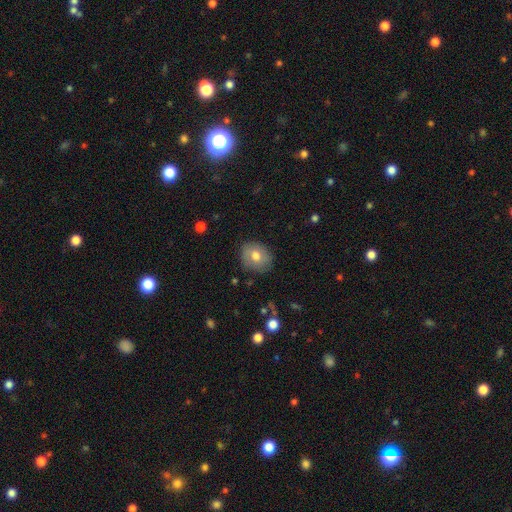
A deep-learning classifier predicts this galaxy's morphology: type=smooth (72%); roundness=round (60%); merging=none (81%).